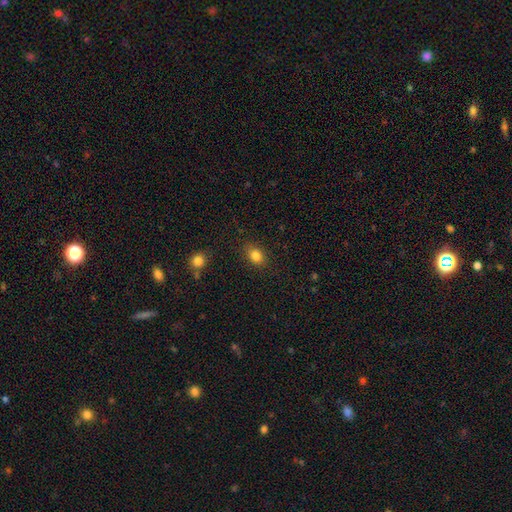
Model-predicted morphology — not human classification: smooth-or-featured: smooth: 84% | star or artifact: 10% | featured or disk: 6%
  how-rounded: in between: 72% | round: 27% | cigar-shaped: 1%
  merging: none: 85% | minor disturbance: 11% | major disturbance: 3% | merger: 2%